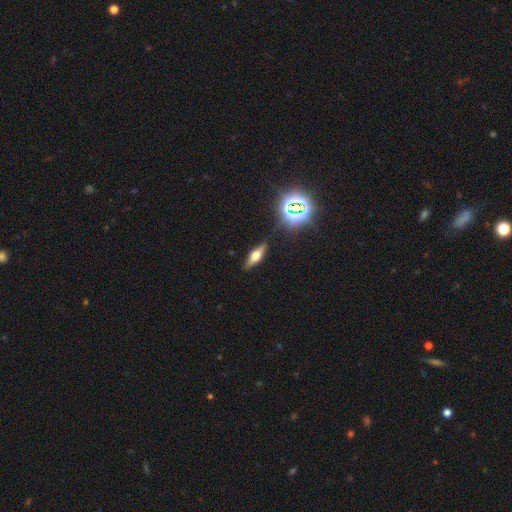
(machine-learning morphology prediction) Smooth or featured? featured or disk (52%)
Edge-on disk? yes (91%)
Merging? none (87%)